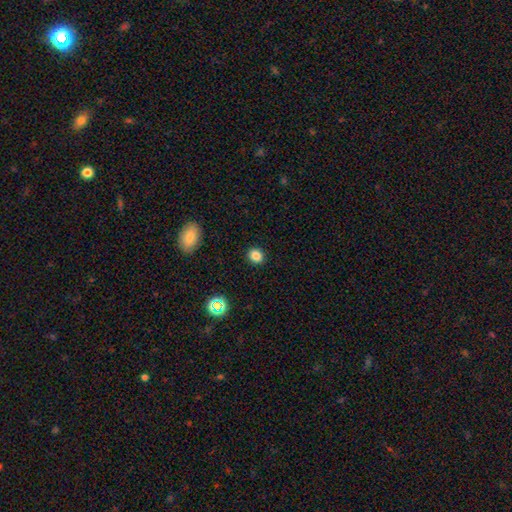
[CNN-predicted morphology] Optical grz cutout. It shows a smooth galaxy with no disk features (83%) that is round (71%). Merging: none (91%).